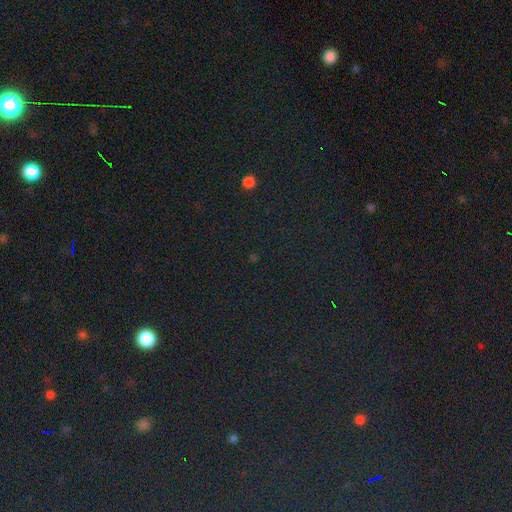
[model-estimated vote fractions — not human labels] Smooth or featured: star or artifact — 80% (smooth — 12%)